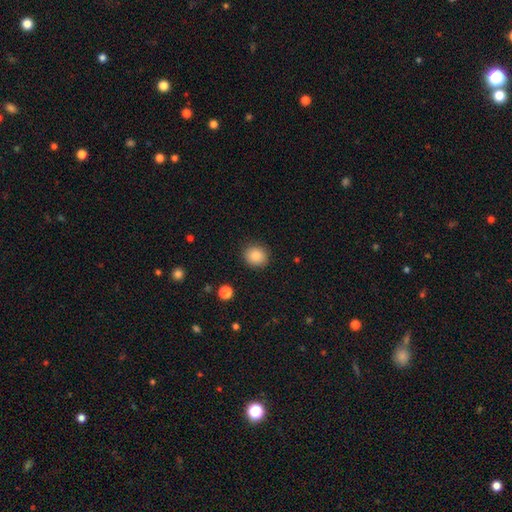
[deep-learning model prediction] Smooth or featured? smooth (85%)
How rounded? round (79%)
Merging? none (89%)